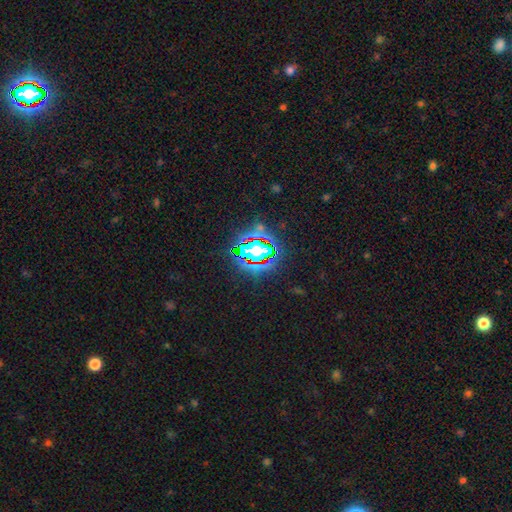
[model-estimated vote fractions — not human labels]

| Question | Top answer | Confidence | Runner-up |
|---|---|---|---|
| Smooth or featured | star or artifact | 72% | smooth (17%) |